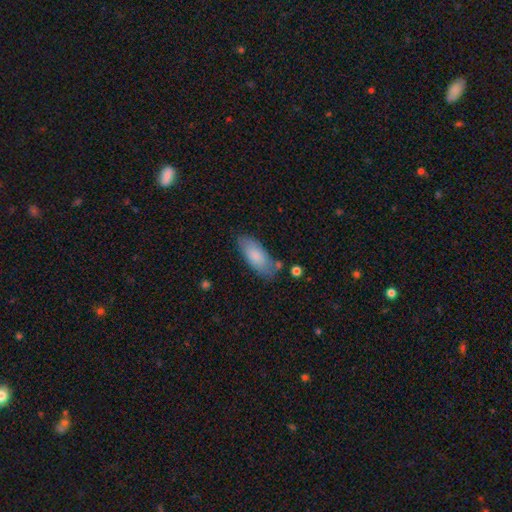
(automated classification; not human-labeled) Smooth or featured?
  - smooth: 81% *
  - featured or disk: 13%
  - star or artifact: 6%
How rounded?
  - in between: 83% *
  - cigar-shaped: 15%
  - round: 2%
Merging?
  - none: 71% *
  - minor disturbance: 19%
  - merger: 5%
  - major disturbance: 5%